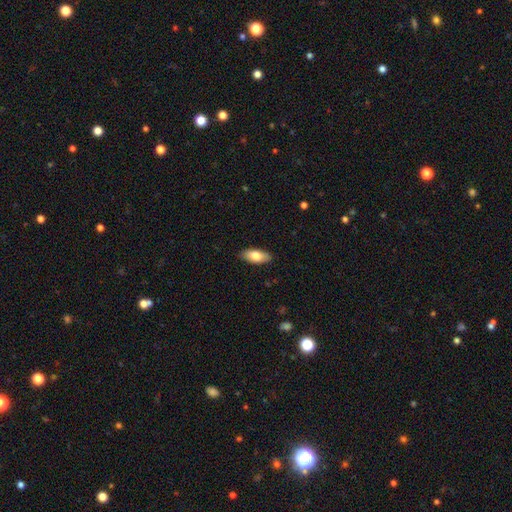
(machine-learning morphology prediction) This appears to be a smooth galaxy with no disk features (79%) that is in between round and cigar-shaped (87%). Merging: none (88%).